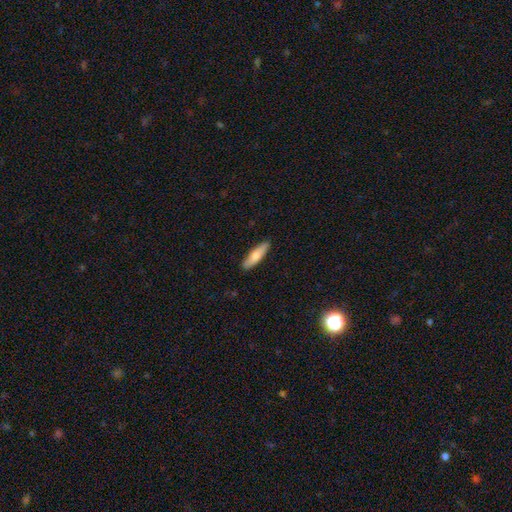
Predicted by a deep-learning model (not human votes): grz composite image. It shows a smooth galaxy with no disk features (71%) that is cigar-shaped (71%). Merging: none (89%).